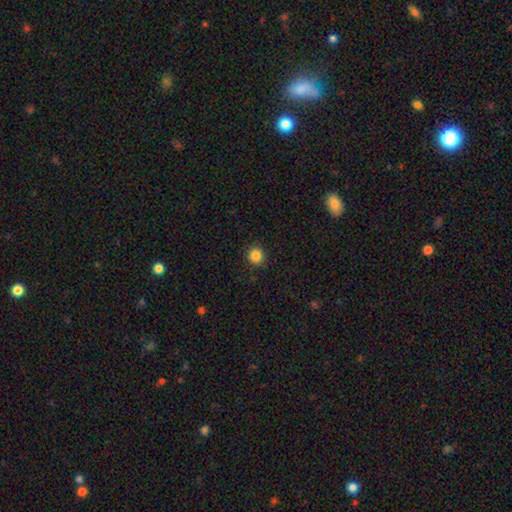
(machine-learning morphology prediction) Q: Smooth or featured?
A: smooth (85%); runner-up: star or artifact (11%)
Q: How rounded?
A: round (92%); runner-up: in between (7%)
Q: Merging?
A: none (90%); runner-up: minor disturbance (6%)